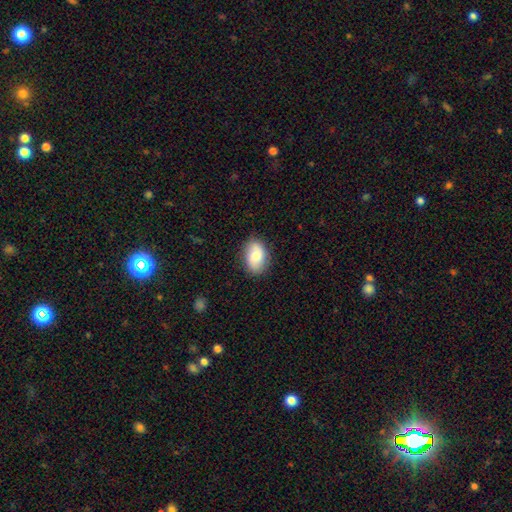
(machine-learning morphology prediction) A smooth galaxy with no disk features (72%) that is in between round and cigar-shaped (86%).

Vote fractions:
- Smooth or featured? smooth: 72% / featured or disk: 21% / star or artifact: 7%
- How rounded? in between: 86% / round: 13% / cigar-shaped: 1%
- Merging? none: 83% / minor disturbance: 13% / major disturbance: 3% / merger: 1%